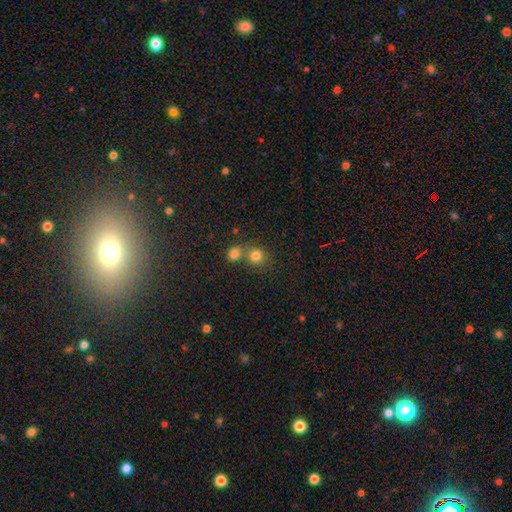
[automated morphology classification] Q: Smooth or featured?
A: smooth (79%); runner-up: star or artifact (14%)
Q: How rounded?
A: round (85%); runner-up: in between (14%)
Q: Merging?
A: none (53%); runner-up: merger (37%)